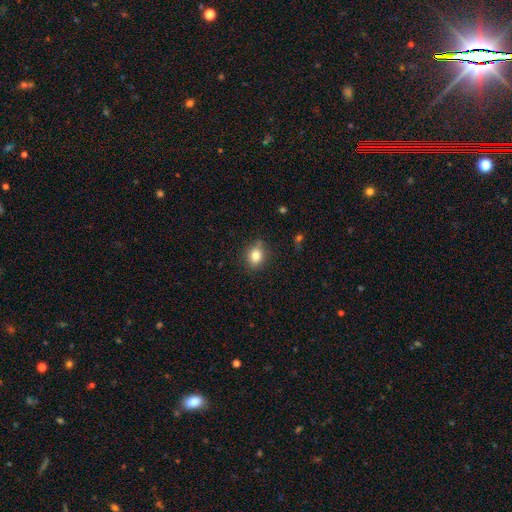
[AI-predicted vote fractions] This is likely a smooth galaxy (80%). How rounded: possibly in between (51%). Merging: likely none (78%).